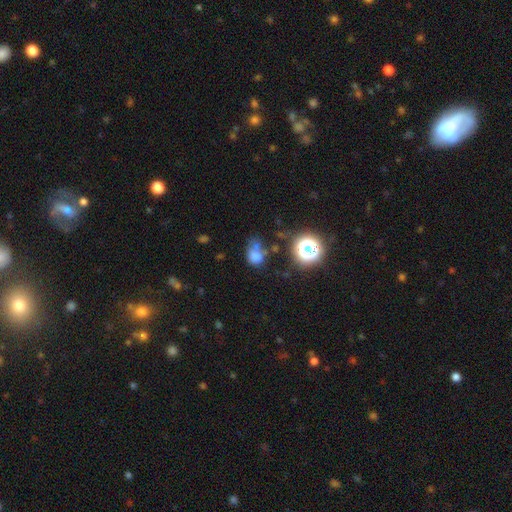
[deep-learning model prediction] Overall: smooth (68%). How rounded: round (56%; in between 43%). Merging: none (38%; merger 25%).